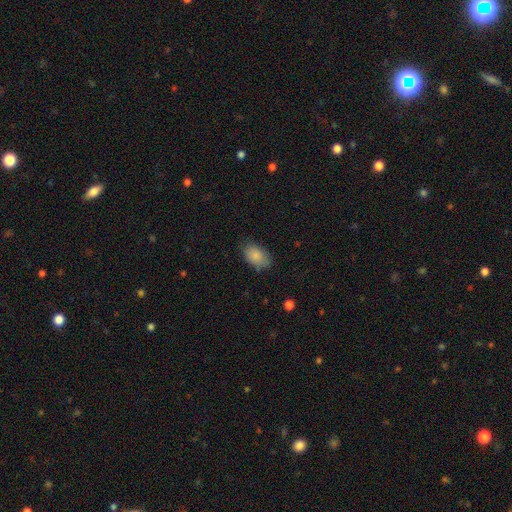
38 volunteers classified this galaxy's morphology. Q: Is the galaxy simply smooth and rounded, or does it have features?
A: smooth — 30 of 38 (79%).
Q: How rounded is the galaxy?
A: in between — 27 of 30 (90%).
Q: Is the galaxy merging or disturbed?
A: none — 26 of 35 (74%).